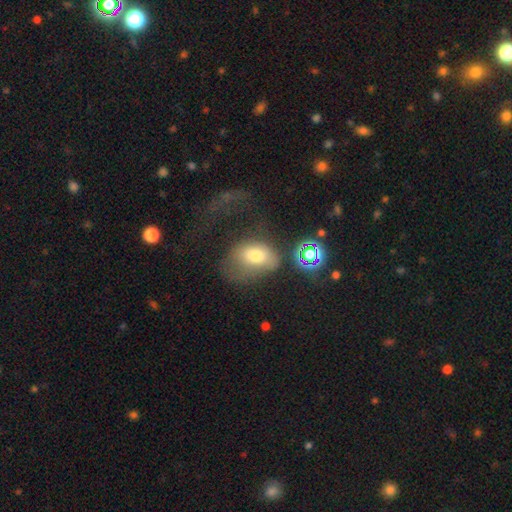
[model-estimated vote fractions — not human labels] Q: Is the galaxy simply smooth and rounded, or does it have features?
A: smooth — 64%.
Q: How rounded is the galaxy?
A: in between — 76%.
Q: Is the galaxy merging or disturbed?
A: major disturbance — 56%.